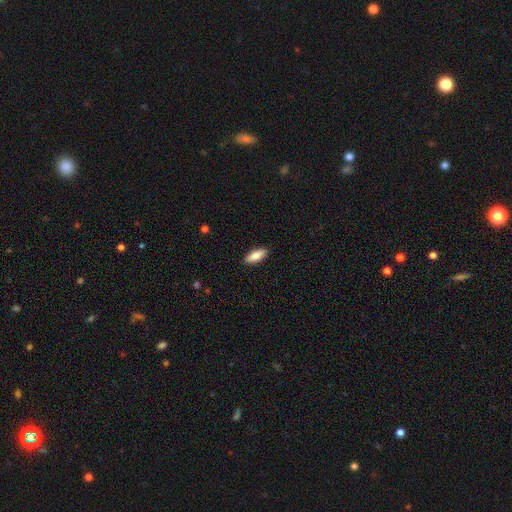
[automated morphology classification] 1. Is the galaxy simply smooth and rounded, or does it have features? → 82% smooth, 12% featured or disk, 6% star or artifact.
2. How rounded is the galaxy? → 70% in between, 28% cigar-shaped, 2% round.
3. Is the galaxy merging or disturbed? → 90% none, 7% minor disturbance, 2% major disturbance, 1% merger.